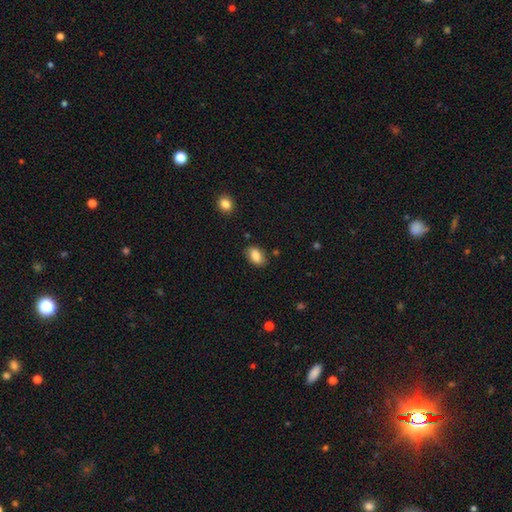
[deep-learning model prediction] A smooth galaxy with no disk features (85%) that is in between round and cigar-shaped (90%).

Vote fractions:
- Smooth or featured? smooth: 85% / star or artifact: 8% / featured or disk: 7%
- How rounded? in between: 90% / round: 8% / cigar-shaped: 2%
- Merging? none: 81% / minor disturbance: 13% / major disturbance: 3% / merger: 2%